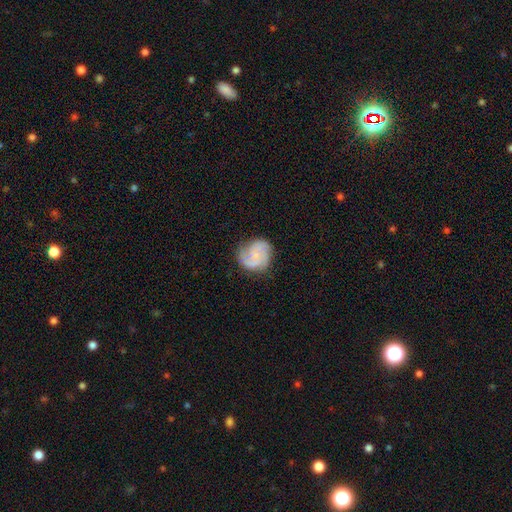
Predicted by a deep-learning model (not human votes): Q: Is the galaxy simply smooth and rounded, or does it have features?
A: featured or disk — 65%.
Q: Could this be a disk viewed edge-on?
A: no — 98%.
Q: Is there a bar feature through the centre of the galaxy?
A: no — 71%.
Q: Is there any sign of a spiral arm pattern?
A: yes — 93%.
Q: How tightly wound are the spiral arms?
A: medium — 44%.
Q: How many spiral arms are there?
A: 2 — 39%.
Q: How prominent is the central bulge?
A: small — 58%.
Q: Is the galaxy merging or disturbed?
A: none — 68%.